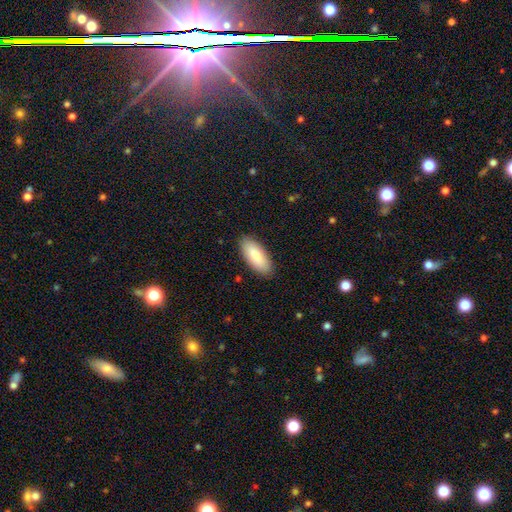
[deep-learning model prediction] smooth-or-featured: smooth: 85% | featured or disk: 10% | star or artifact: 5%
  how-rounded: in between: 84% | cigar-shaped: 14% | round: 2%
  merging: none: 88% | minor disturbance: 9% | major disturbance: 2% | merger: 1%